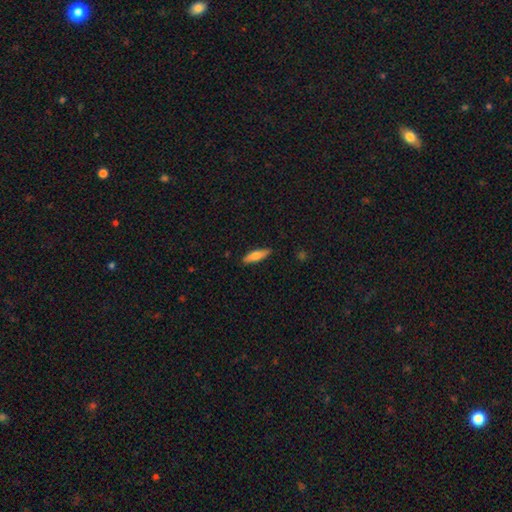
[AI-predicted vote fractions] Smooth or featured? smooth (68%)
How rounded? cigar-shaped (63%)
Merging? none (87%)